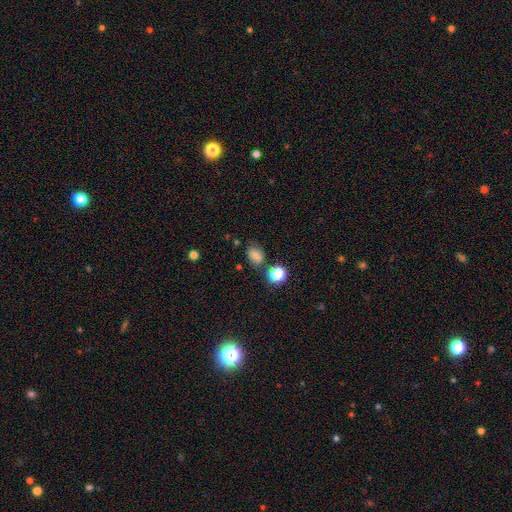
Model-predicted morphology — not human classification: Smooth or featured? smooth (73%)
How rounded? in between (59%)
Merging? none (71%)